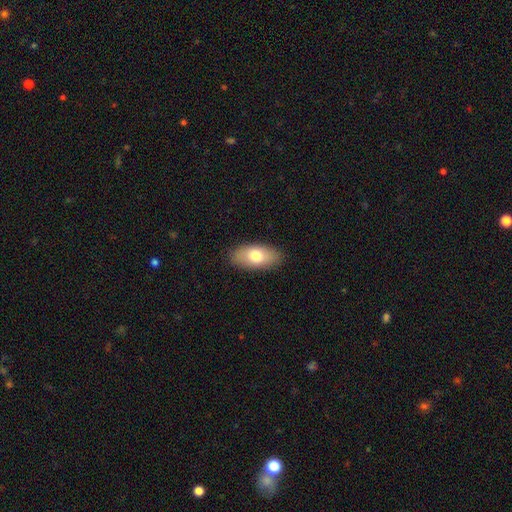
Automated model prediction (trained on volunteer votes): Q: Smooth or featured?
A: smooth (74%); runner-up: featured or disk (19%)
Q: How rounded?
A: in between (89%); runner-up: cigar-shaped (7%)
Q: Merging?
A: none (87%); runner-up: minor disturbance (10%)